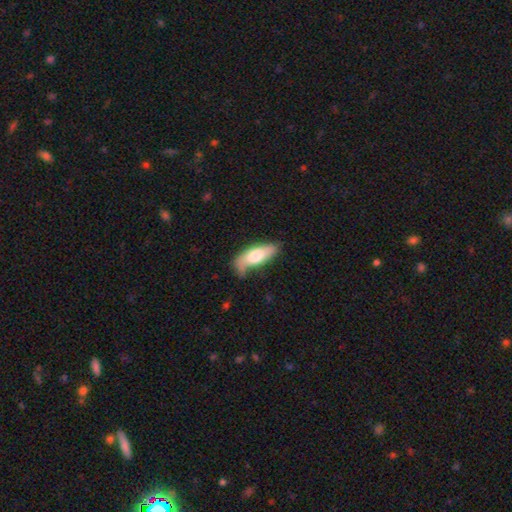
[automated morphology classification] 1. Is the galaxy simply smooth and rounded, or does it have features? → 68% smooth, 27% featured or disk, 6% star or artifact.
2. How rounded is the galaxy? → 71% in between, 26% cigar-shaped, 2% round.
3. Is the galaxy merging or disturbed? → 49% none, 31% minor disturbance, 13% major disturbance, 6% merger.